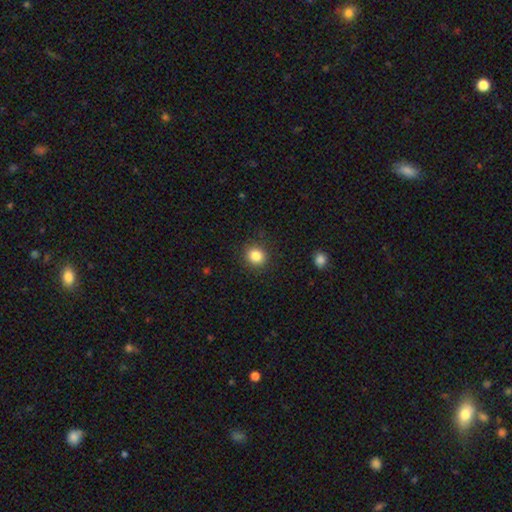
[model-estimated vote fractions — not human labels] This appears to be a smooth galaxy with no disk features (85%) that is round (83%). Merging: none (89%).